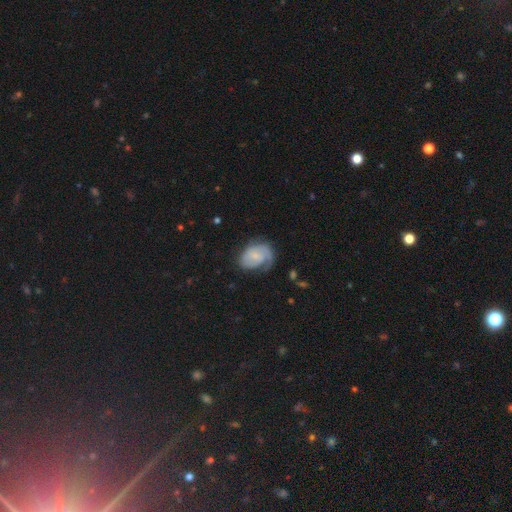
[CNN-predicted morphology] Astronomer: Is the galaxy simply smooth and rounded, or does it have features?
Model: featured or disk — 58% (runner-up: smooth, 35%).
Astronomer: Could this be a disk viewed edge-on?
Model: no — 97%.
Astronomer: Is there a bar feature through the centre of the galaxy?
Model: no — 64%.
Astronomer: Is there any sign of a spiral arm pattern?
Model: yes — 86%.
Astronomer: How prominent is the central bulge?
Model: small — 66%.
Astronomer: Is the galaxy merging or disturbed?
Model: none — 48% (runner-up: minor disturbance, 28%).